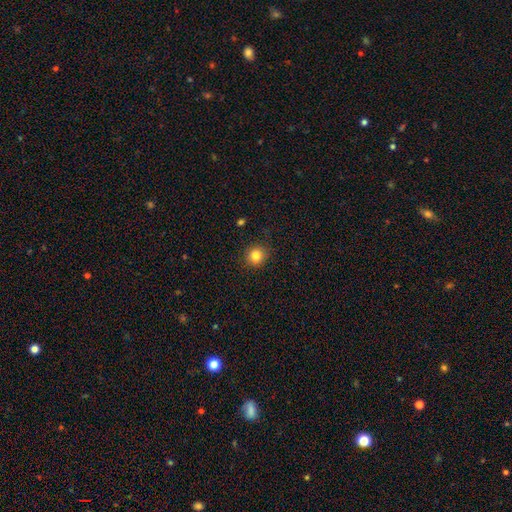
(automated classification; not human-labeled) A smooth galaxy with no disk features (83%) that is round (88%). Merging: none (88%).